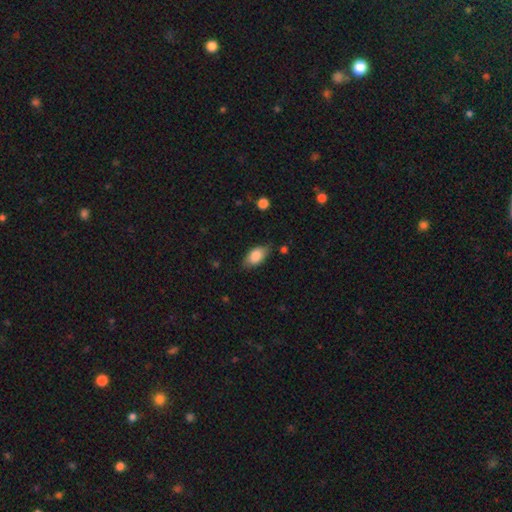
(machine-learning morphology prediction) type=smooth (84%); roundness=in between (91%); merging=none (77%).